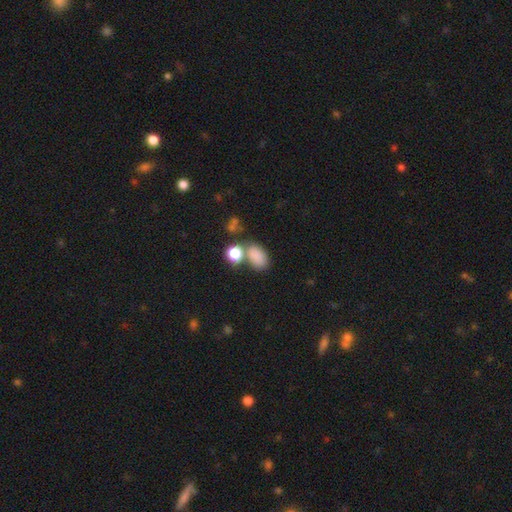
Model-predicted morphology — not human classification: This appears to be a smooth galaxy with no disk features (82%) that is in between round and cigar-shaped (83%). Merging: none (53%).